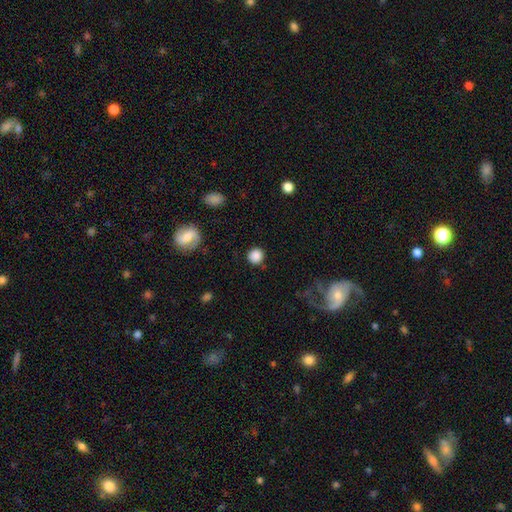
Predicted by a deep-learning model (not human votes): Smooth or featured? Predicted: smooth (p=0.85). How rounded? Predicted: round (p=0.91). Merging? Predicted: none (p=0.86).